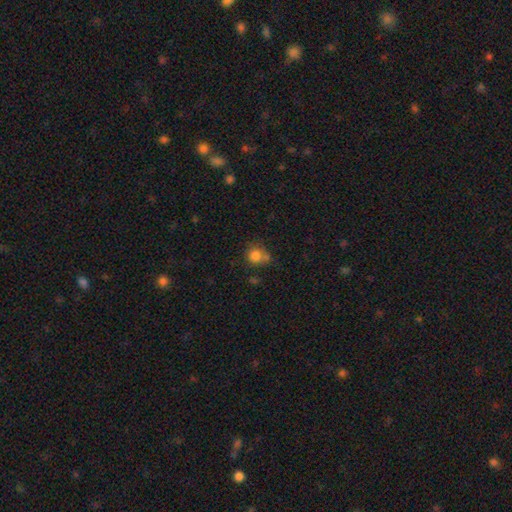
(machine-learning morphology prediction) A smooth galaxy with no disk features (81%) that is round (85%). Merging: none (56%).